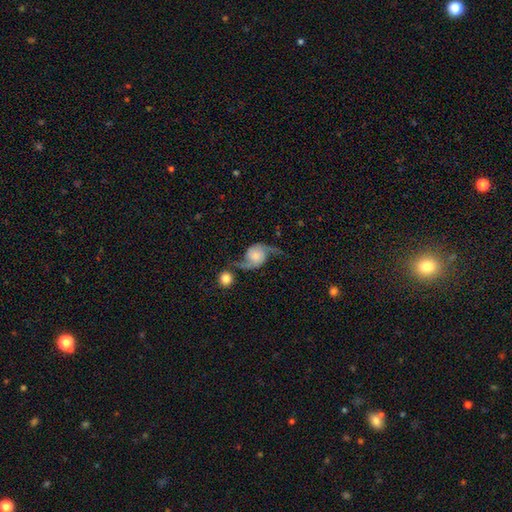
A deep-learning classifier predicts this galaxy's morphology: type=featured or disk (86%); edge-on=no (97%); bar=no (71%); spiral arms=yes (97%); winding=loose (77%); arm count=2 (94%); bulge=small (26%, tied with moderate); merging=none (61%).